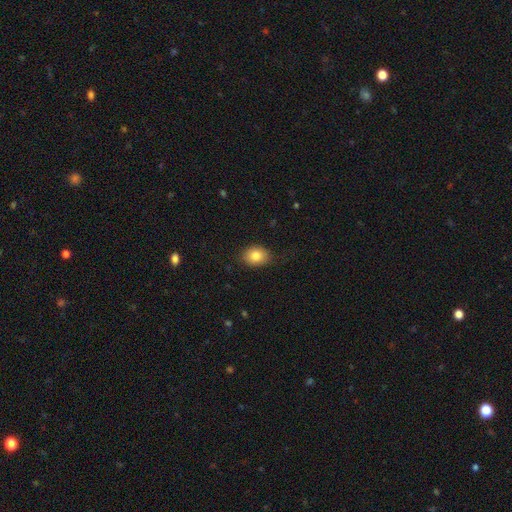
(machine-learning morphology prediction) The model was most divided on "how rounded": in between: 61%, round: 38%, cigar-shaped: 1%. More confident: smooth or featured — smooth (83%); merging — none (80%).